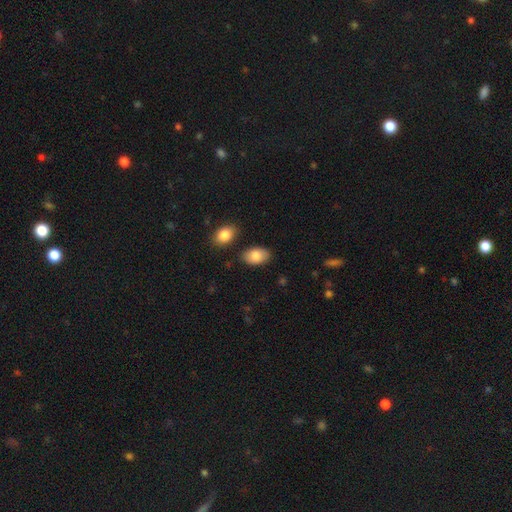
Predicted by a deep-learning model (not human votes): smooth-or-featured: smooth: 85% | featured or disk: 9% | star or artifact: 6%
  how-rounded: in between: 93% | round: 6% | cigar-shaped: 1%
  merging: none: 84% | minor disturbance: 10% | merger: 4% | major disturbance: 2%